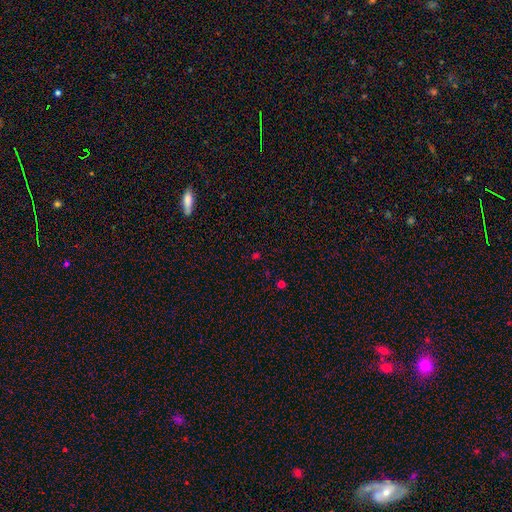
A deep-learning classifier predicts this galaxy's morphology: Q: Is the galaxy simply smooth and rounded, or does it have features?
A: star or artifact — 53%.